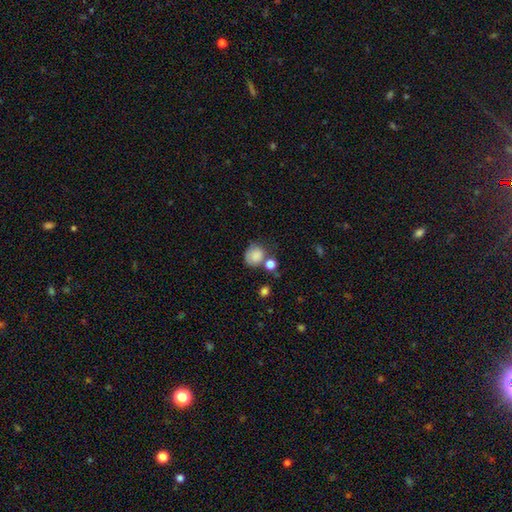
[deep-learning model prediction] A smooth galaxy with no disk features (82%) that is round (72%).

Vote fractions:
- Smooth or featured? smooth: 82% / star or artifact: 9% / featured or disk: 9%
- How rounded? round: 72% / in between: 28% / cigar-shaped: 1%
- Merging? none: 51% / minor disturbance: 22% / merger: 18% / major disturbance: 10%